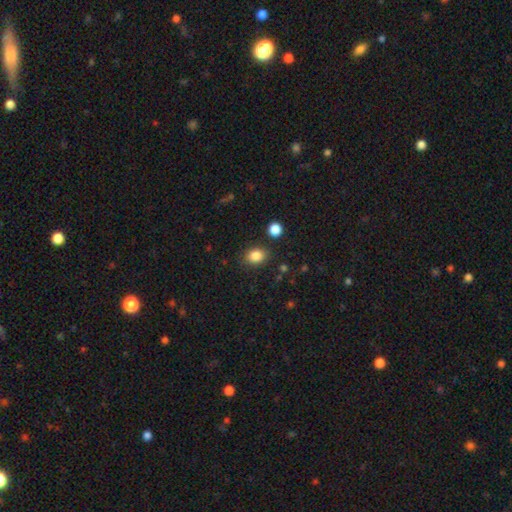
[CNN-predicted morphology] This appears to be a smooth galaxy with no disk features (85%) that is in between round and cigar-shaped (56%). Merging: none (83%).